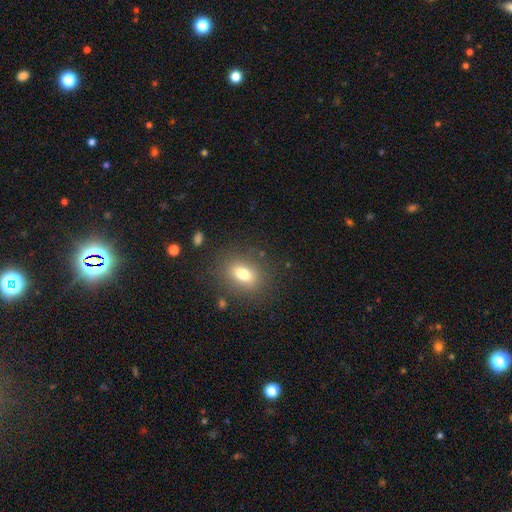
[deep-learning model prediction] This appears to be a smooth galaxy with no disk features (66%) that is in between round and cigar-shaped (56%). Merging: none (87%).